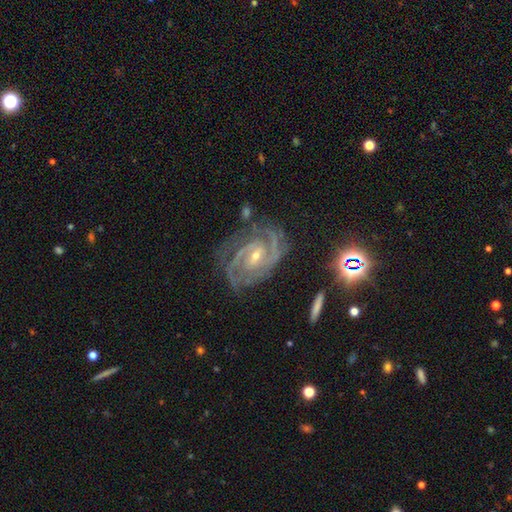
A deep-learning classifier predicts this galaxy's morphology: This is clearly a featured or disk galaxy (91%). It is clearly not viewed edge-on (97%). Bar: marginally weak (44%). Spiral arm pattern: clearly yes (98%). Spiral arm count: possibly 2 (45%). Spiral winding: likely tight (62%). Central bulge: likely small (68%). Merging: likely none (71%).